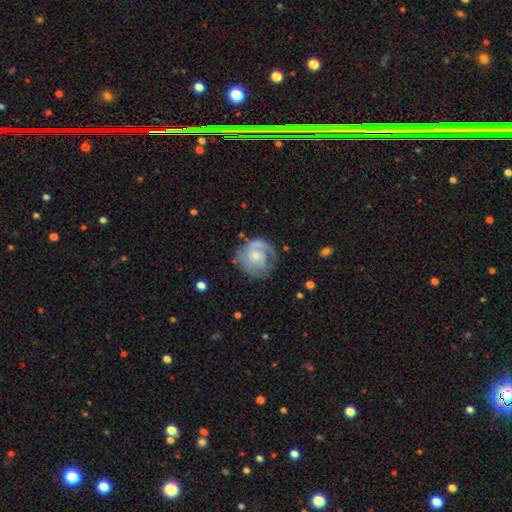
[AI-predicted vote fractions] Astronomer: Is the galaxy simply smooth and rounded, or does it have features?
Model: featured or disk — 71%.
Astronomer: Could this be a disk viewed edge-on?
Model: no — 98%.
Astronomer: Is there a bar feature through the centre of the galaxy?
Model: no — 71%.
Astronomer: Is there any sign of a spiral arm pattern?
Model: yes — 87%.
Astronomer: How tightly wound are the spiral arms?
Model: tight — 50% (runner-up: medium, 34%).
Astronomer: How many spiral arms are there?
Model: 1 — 32% (runner-up: 2, 28%).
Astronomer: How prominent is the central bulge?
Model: small — 48% (runner-up: moderate, 41%).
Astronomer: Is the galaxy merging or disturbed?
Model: none — 64%.